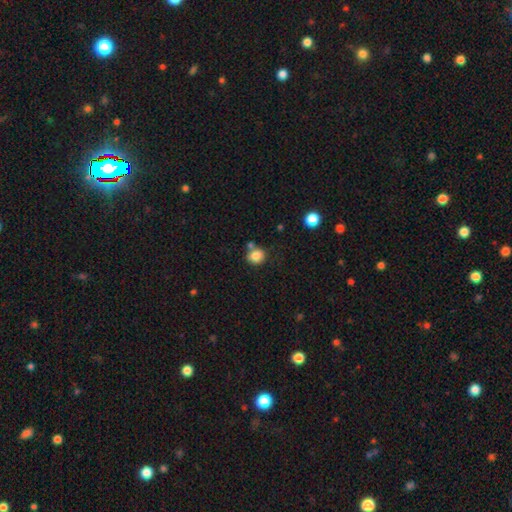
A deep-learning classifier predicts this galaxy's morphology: A smooth galaxy with no disk features (83%) that is round (77%).

Vote fractions:
- Smooth or featured? smooth: 83% / star or artifact: 10% / featured or disk: 6%
- How rounded? round: 77% / in between: 22% / cigar-shaped: 1%
- Merging? none: 67% / merger: 17% / minor disturbance: 12% / major disturbance: 4%